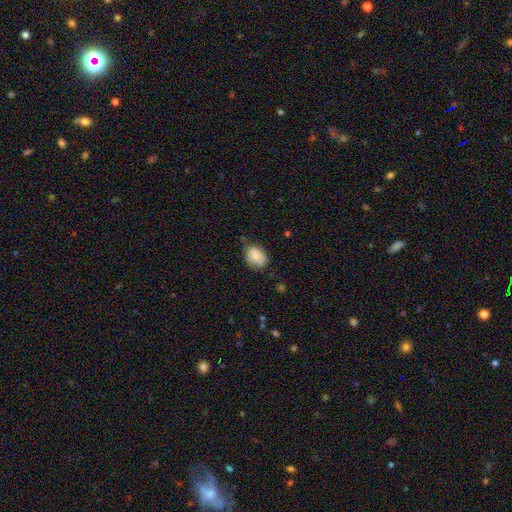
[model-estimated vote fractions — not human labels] Smooth or featured: smooth — 82% (featured or disk — 10%)
How rounded: in between — 79% (round — 20%)
Merging: none — 66% (minor disturbance — 26%)